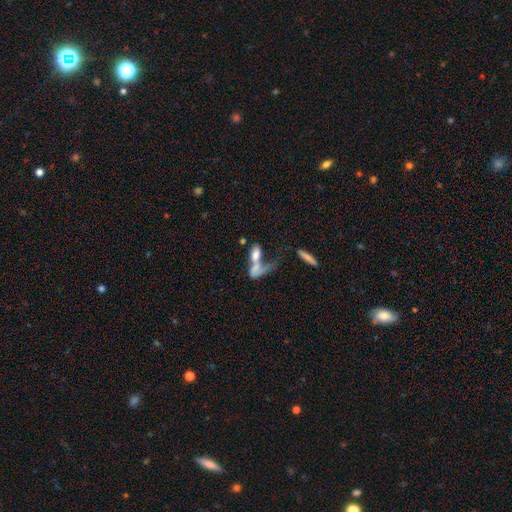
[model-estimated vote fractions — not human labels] The model was most divided on "smooth or featured": smooth: 61%, featured or disk: 30%, star or artifact: 9%. More confident: how rounded — in between (68%); merging — merger (64%).